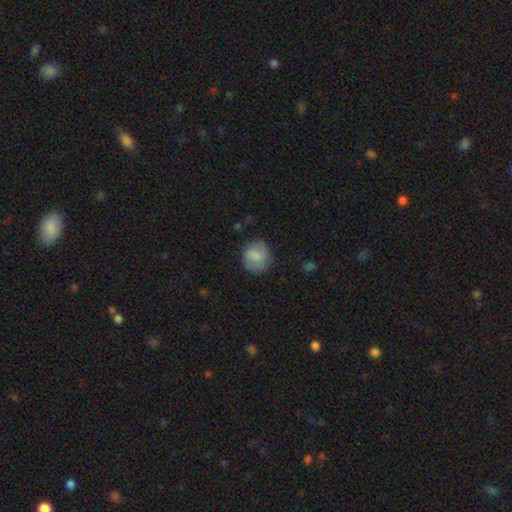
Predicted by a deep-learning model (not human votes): The model was most divided on "smooth or featured": smooth: 70%, featured or disk: 22%, star or artifact: 7%. More confident: merging — none (75%); how rounded — round (73%).